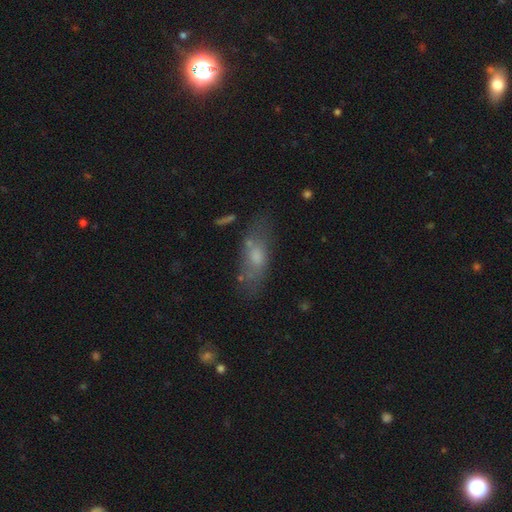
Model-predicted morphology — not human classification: Overall: smooth (58%; featured or disk 32%). How rounded: in between (69%). Merging: none (61%; minor disturbance 21%).